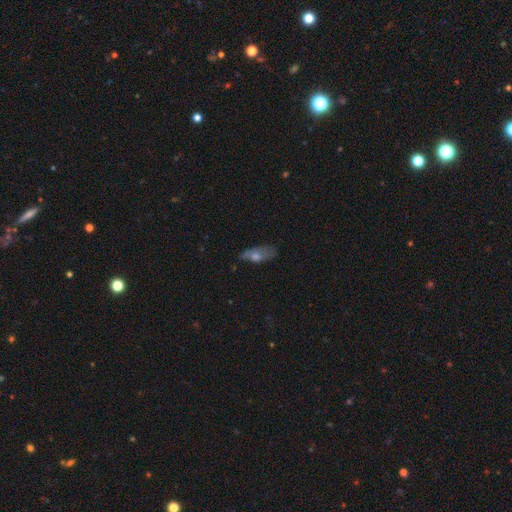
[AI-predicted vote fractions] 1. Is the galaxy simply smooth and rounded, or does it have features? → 52% smooth, 38% featured or disk, 10% star or artifact.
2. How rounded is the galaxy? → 68% in between, 27% cigar-shaped, 4% round.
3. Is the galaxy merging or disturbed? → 59% none, 29% minor disturbance, 10% major disturbance, 2% merger.